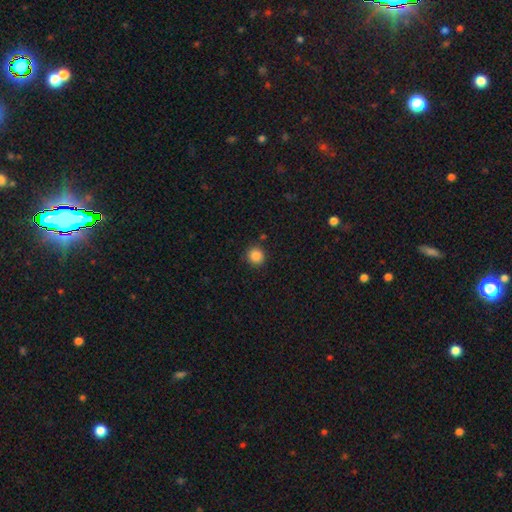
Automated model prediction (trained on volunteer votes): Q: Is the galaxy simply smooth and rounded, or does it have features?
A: smooth — 86%.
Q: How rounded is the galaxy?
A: round — 91%.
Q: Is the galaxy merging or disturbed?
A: none — 88%.